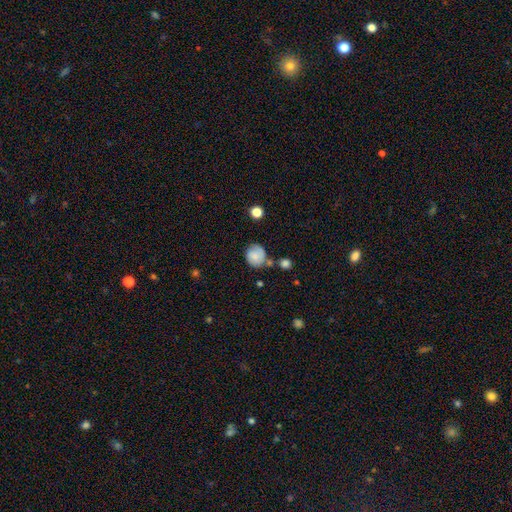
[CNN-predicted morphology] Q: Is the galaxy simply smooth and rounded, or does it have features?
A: smooth — 71%.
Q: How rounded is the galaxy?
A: round — 78%.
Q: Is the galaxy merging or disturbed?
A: none — 59%.